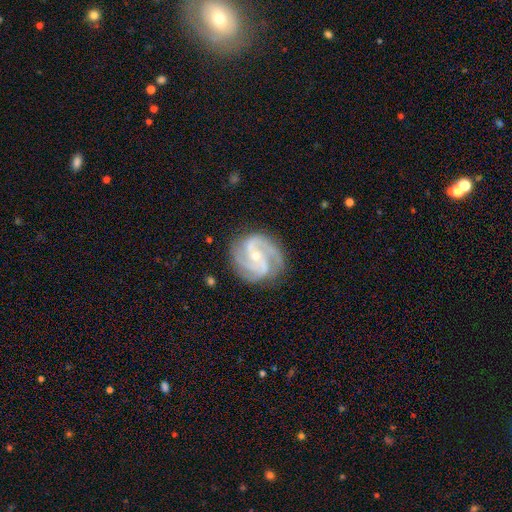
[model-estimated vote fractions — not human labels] This appears to be a featured or disk galaxy (92%) with no bar (48%), 3 (63%) medium (48%) spiral arms (98%) and a small central bulge (63%). Merging: none (80%).